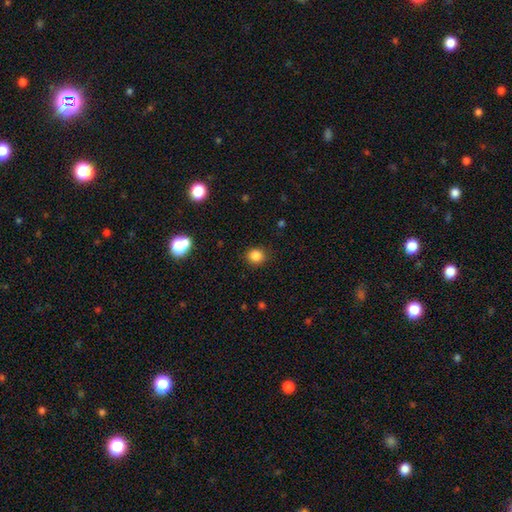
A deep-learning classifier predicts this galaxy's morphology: smooth_or_featured: smooth (p=0.84) [alt: star or artifact p=0.12]
how_rounded: round (p=0.85) [alt: in between p=0.14]
merging: none (p=0.88) [alt: minor disturbance p=0.08]